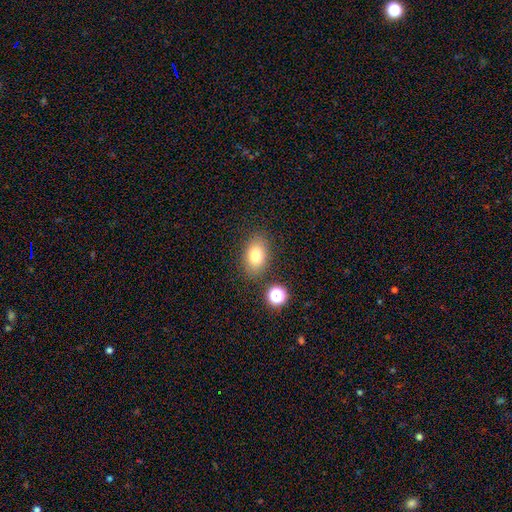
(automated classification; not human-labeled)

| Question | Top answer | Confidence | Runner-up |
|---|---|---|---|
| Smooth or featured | smooth | 80% | star or artifact (10%) |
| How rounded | in between | 85% | round (14%) |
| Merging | none | 82% | minor disturbance (11%) |